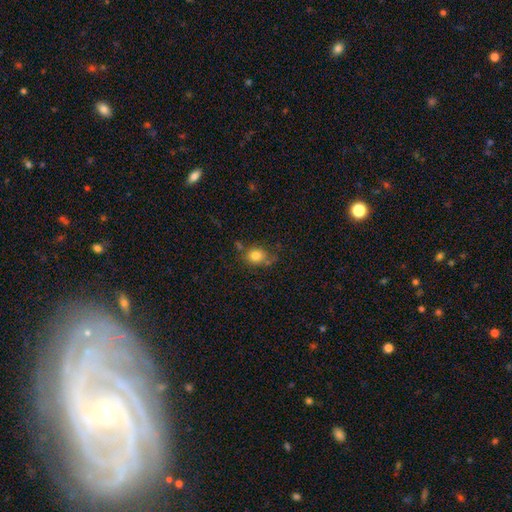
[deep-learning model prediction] Morphology: type=smooth (80%); roundness=round (67%); merging=none (60%).